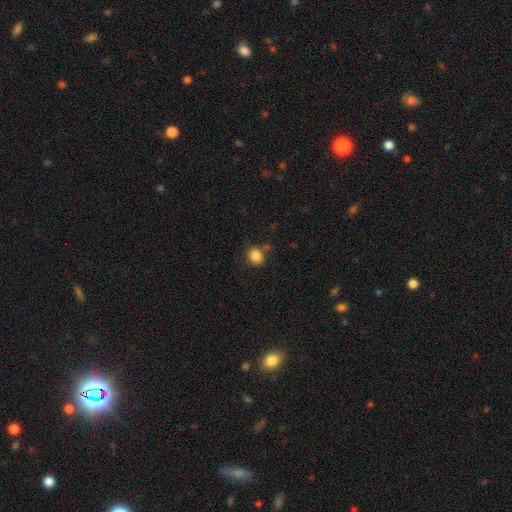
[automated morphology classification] Smooth or featured? Predicted: smooth (p=0.85). How rounded? Predicted: round (p=0.78). Merging? Predicted: none (p=0.77).